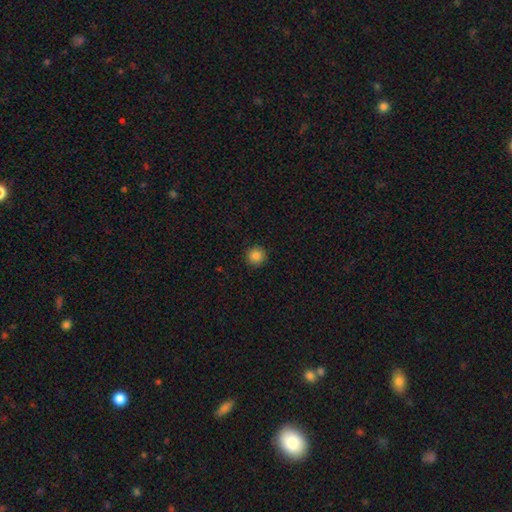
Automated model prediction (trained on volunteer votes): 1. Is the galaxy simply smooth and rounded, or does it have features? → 85% smooth, 11% star or artifact, 4% featured or disk.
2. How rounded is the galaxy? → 95% round, 4% in between, 1% cigar-shaped.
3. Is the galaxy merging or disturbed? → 92% none, 5% minor disturbance, 2% major disturbance, 1% merger.